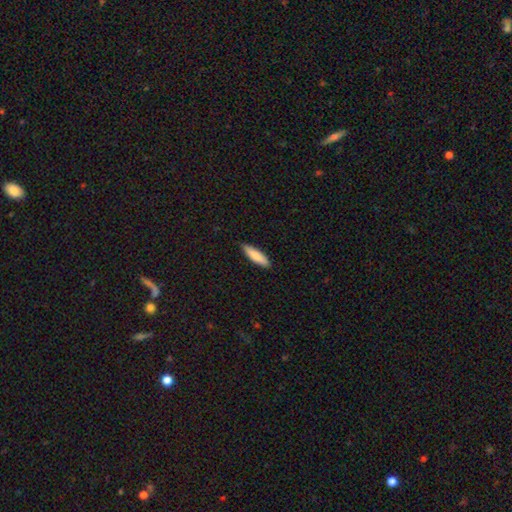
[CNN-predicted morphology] smooth_or_featured: smooth (p=0.86) [alt: featured or disk p=0.08]
how_rounded: cigar-shaped (p=0.65) [alt: in between p=0.34]
merging: none (p=0.87) [alt: minor disturbance p=0.11]